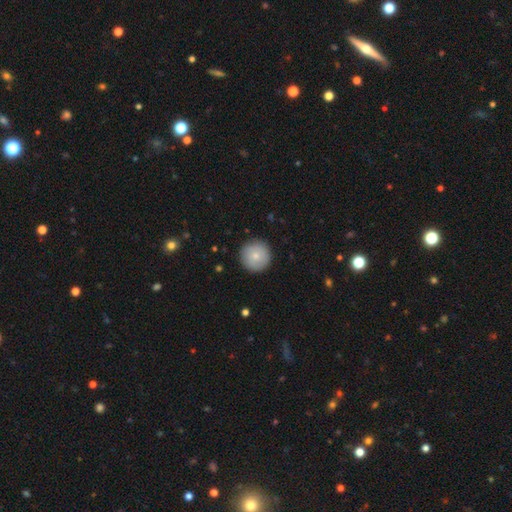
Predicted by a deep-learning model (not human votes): A smooth galaxy with no disk features (79%) that is round (96%).

Vote fractions:
- Smooth or featured? smooth: 79% / featured or disk: 14% / star or artifact: 7%
- How rounded? round: 96% / in between: 3% / cigar-shaped: 1%
- Merging? none: 91% / minor disturbance: 7% / major disturbance: 2% / merger: 1%